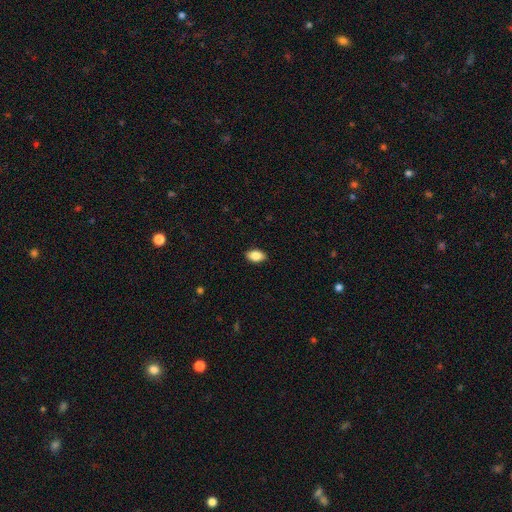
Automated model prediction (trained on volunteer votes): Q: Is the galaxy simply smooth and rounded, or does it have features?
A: smooth — 86%.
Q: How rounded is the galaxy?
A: in between — 89%.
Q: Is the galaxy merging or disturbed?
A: none — 89%.